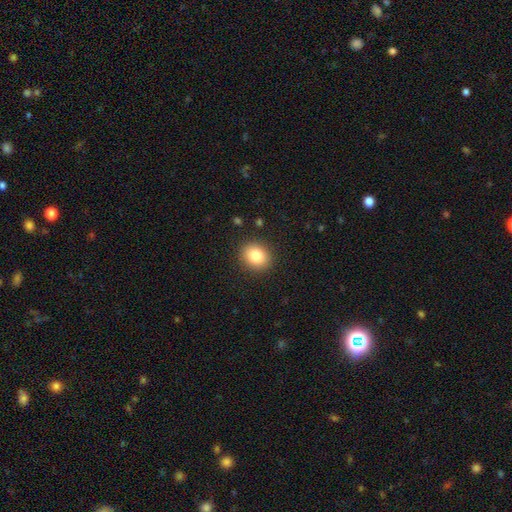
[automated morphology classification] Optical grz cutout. It shows a smooth galaxy with no disk features (85%) that is round (62%). Merging: none (89%).